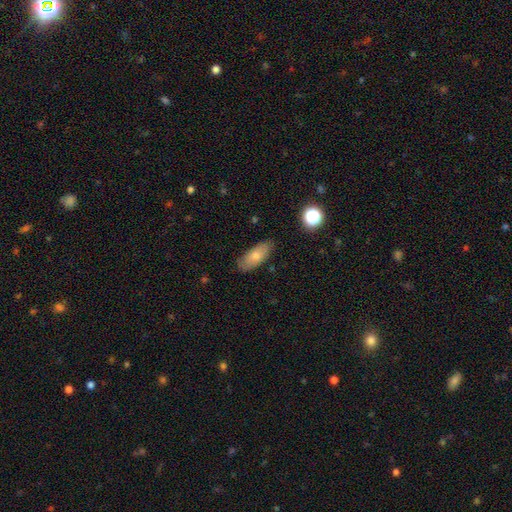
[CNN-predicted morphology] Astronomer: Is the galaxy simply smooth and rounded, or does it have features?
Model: smooth — 74%.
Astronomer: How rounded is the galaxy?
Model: in between — 81%.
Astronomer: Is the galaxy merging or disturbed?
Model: none — 80%.